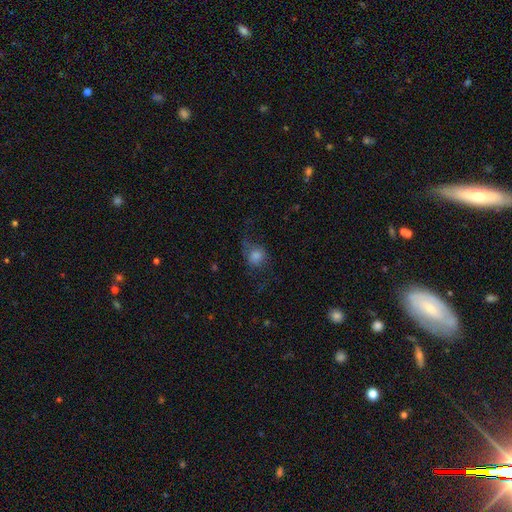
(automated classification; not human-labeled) smooth-or-featured: smooth: 57% | featured or disk: 28% | star or artifact: 15%
  how-rounded: round: 70% | in between: 28% | cigar-shaped: 2%
  merging: none: 47% | major disturbance: 30% | minor disturbance: 21% | merger: 2%